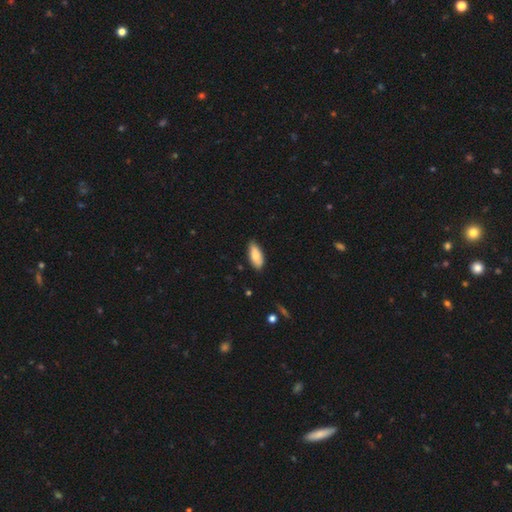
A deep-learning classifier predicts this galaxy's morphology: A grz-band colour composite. It shows a smooth galaxy with no disk features (79%) that is in between round and cigar-shaped (85%). Merging: none (81%).